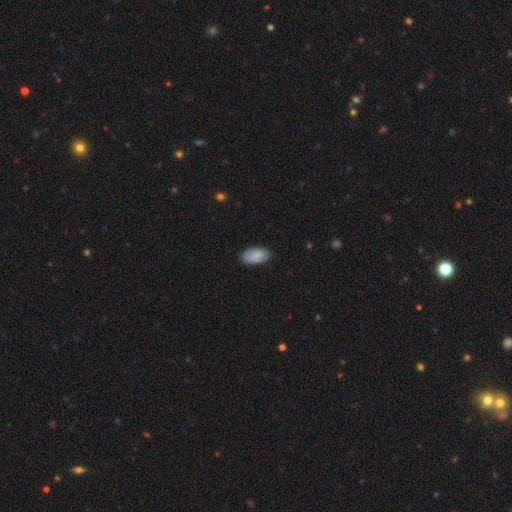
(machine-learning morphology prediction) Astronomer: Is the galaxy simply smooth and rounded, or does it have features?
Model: smooth — 84%.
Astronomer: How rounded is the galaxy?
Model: in between — 95%.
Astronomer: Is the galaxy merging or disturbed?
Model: none — 84%.